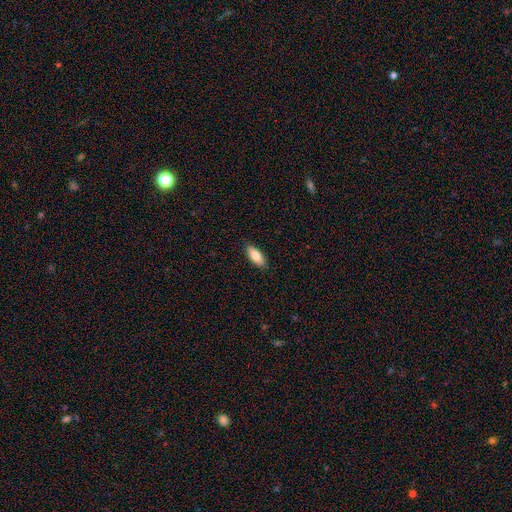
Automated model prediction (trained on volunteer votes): A smooth galaxy with no disk features (81%) that is in between round and cigar-shaped (81%).

Vote fractions:
- Smooth or featured? smooth: 81% / featured or disk: 12% / star or artifact: 6%
- How rounded? in between: 81% / cigar-shaped: 17% / round: 2%
- Merging? none: 88% / minor disturbance: 9% / major disturbance: 2% / merger: 1%